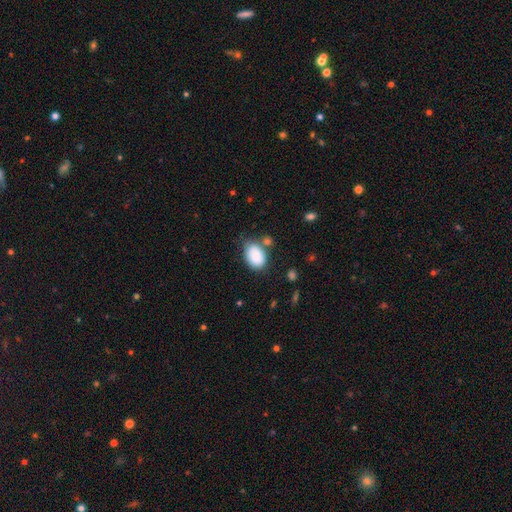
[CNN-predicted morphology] A smooth galaxy with no disk features (84%) that is in between round and cigar-shaped (83%).

Vote fractions:
- Smooth or featured? smooth: 84% / featured or disk: 9% / star or artifact: 7%
- How rounded? in between: 83% / round: 16% / cigar-shaped: 1%
- Merging? none: 59% / minor disturbance: 22% / merger: 12% / major disturbance: 7%